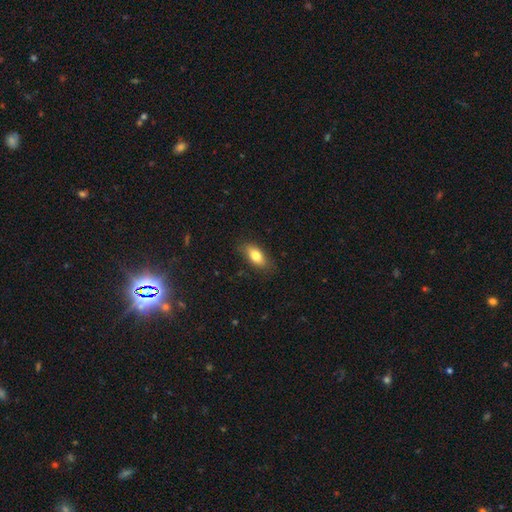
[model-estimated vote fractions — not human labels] Smooth or featured?
  - smooth: 79% *
  - featured or disk: 14%
  - star or artifact: 7%
How rounded?
  - in between: 86% *
  - cigar-shaped: 10%
  - round: 4%
Merging?
  - none: 83% *
  - minor disturbance: 13%
  - major disturbance: 3%
  - merger: 1%